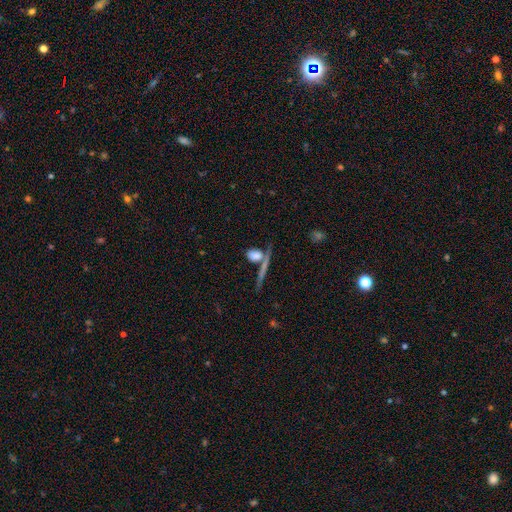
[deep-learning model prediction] Smooth or featured?
  - smooth: 74% *
  - featured or disk: 16%
  - star or artifact: 11%
How rounded?
  - in between: 50% *
  - round: 32%
  - cigar-shaped: 19%
Merging?
  - none: 52% *
  - merger: 28%
  - minor disturbance: 12%
  - major disturbance: 7%